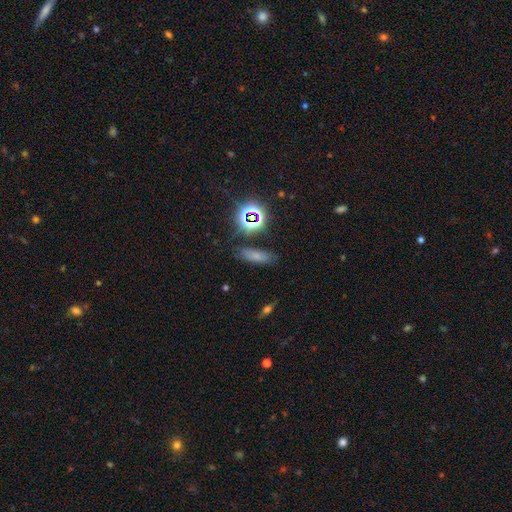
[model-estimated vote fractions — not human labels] smooth 61%, star or artifact 26%, featured or disk 12%. Down the decision tree: how rounded — in between (55%); merging — none (78%).